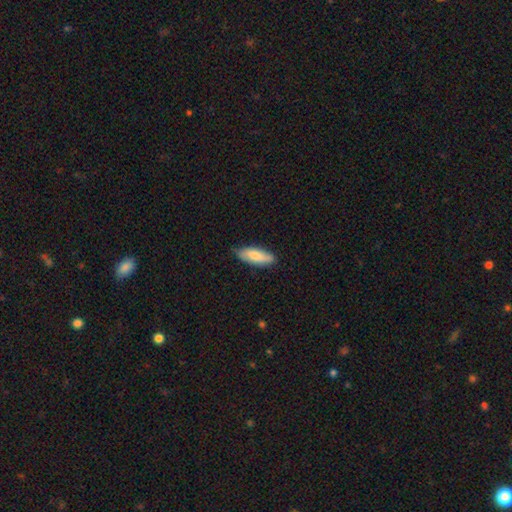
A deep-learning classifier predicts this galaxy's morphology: smooth 77%, featured or disk 17%, star or artifact 6%. Down the decision tree: how rounded — in between (66%); merging — none (79%).